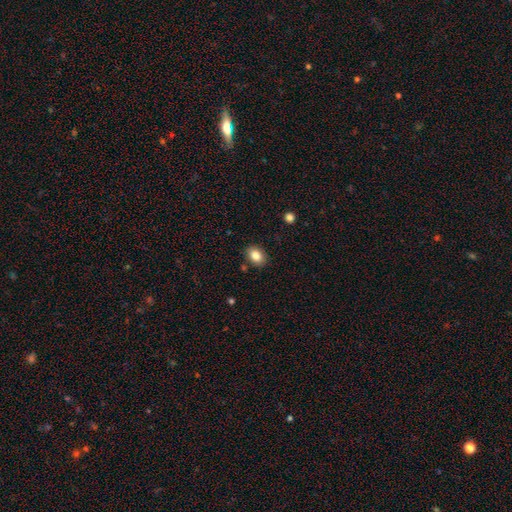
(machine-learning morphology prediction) The model was most divided on "how rounded": in between: 68%, round: 31%, cigar-shaped: 1%. More confident: merging — none (85%); smooth or featured — smooth (85%).